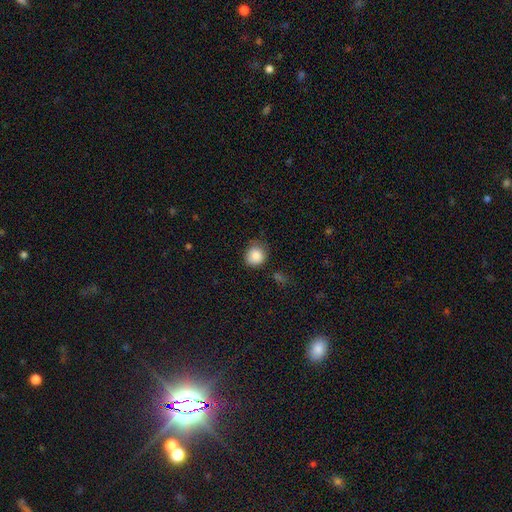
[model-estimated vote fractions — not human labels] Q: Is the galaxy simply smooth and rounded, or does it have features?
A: smooth — 86%.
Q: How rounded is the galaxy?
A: round — 82%.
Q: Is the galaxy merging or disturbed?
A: none — 70%.